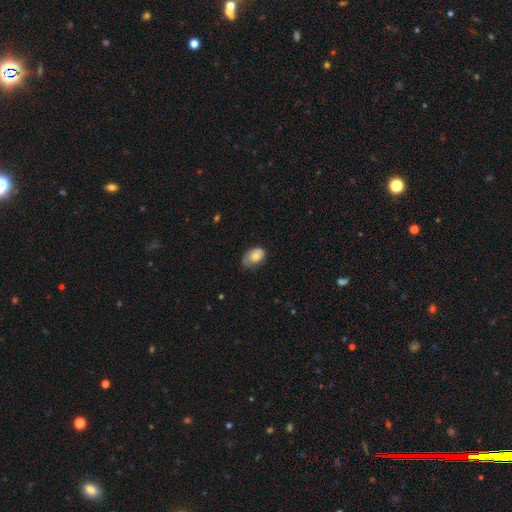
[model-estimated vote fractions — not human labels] smooth-or-featured: smooth: 70% | featured or disk: 23% | star or artifact: 7%
  how-rounded: in between: 82% | round: 17% | cigar-shaped: 1%
  merging: none: 47% | minor disturbance: 38% | major disturbance: 13% | merger: 2%